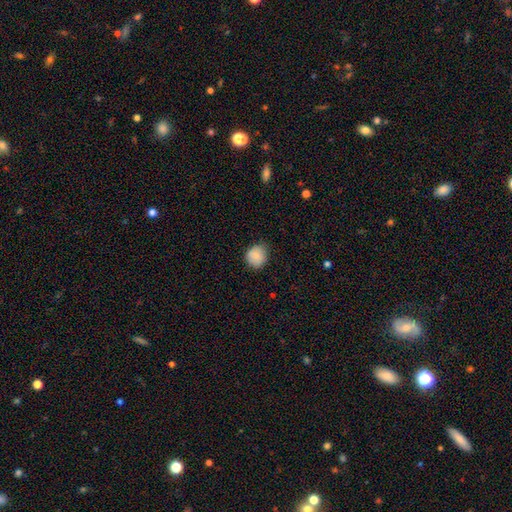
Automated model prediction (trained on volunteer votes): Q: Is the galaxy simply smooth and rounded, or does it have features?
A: smooth — 82%.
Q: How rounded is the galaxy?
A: round — 83%.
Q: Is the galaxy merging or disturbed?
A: none — 75%.